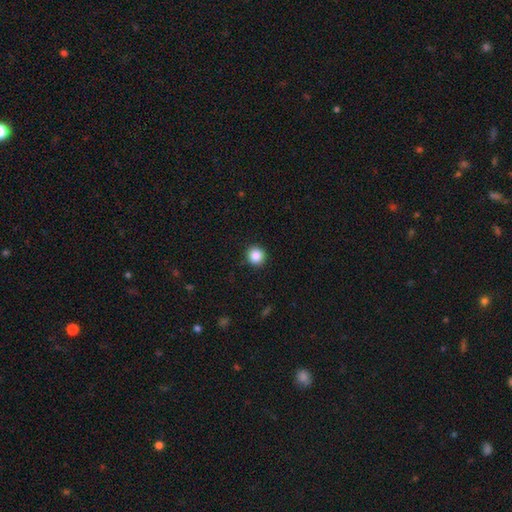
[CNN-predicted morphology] Q: Smooth or featured?
A: smooth (87%); runner-up: star or artifact (9%)
Q: How rounded?
A: round (93%); runner-up: in between (7%)
Q: Merging?
A: none (92%); runner-up: minor disturbance (5%)